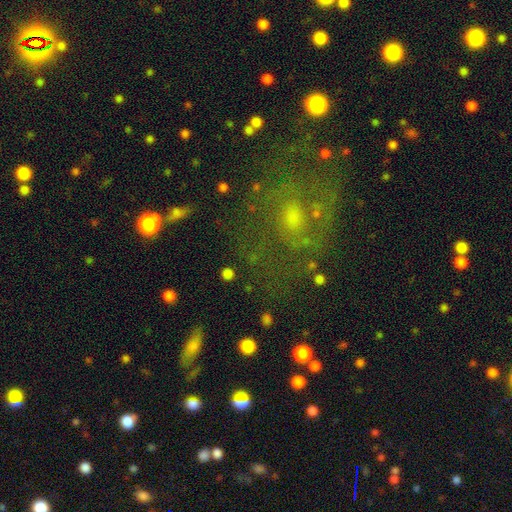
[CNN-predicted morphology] Overall: featured or disk (53%; smooth 24%). Edge-on disk: no (95%). Bar: no (70%). Spiral arms: yes (64%; no 36%). Bulge size: small (52%; moderate 33%). Merging: none (67%).